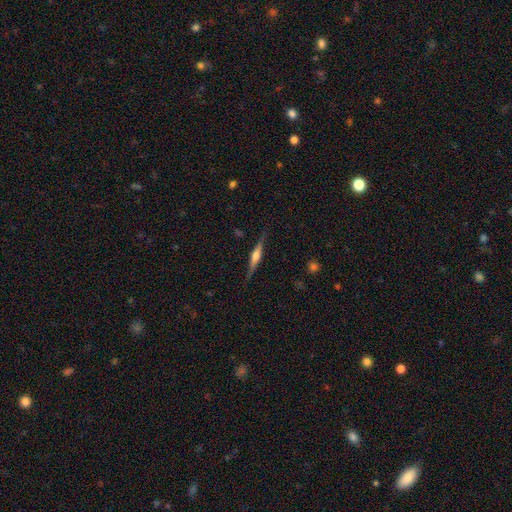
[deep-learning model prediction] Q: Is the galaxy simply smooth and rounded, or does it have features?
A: featured or disk — 75%.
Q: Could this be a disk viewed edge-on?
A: yes — 98%.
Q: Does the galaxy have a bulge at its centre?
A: rounded — 86%.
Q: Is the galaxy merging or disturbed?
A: none — 87%.